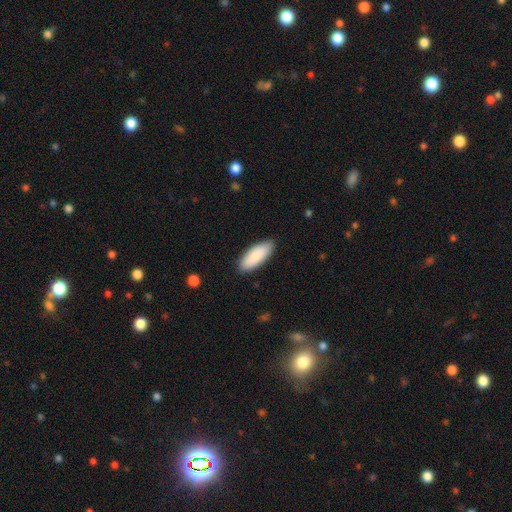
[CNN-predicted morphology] Smooth or featured: smooth — 87% (featured or disk — 7%)
How rounded: in between — 75% (cigar-shaped — 23%)
Merging: none — 86% (minor disturbance — 11%)